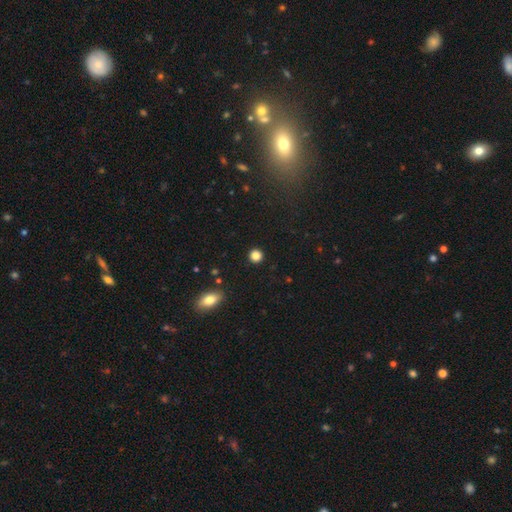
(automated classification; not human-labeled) A smooth galaxy with no disk features (84%) that is round (93%). Merging: none (92%).